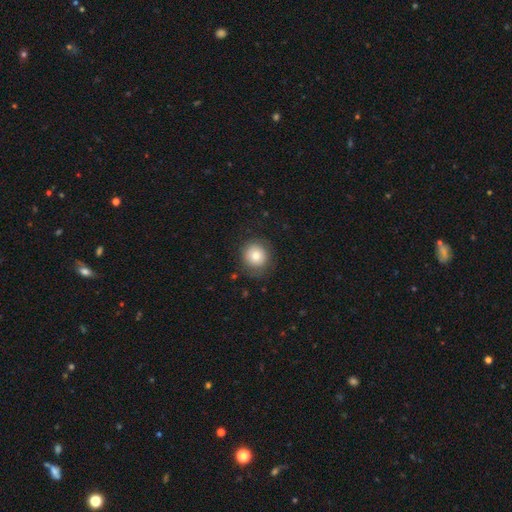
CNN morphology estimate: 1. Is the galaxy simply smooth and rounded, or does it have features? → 79% smooth, 12% featured or disk, 9% star or artifact.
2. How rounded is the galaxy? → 90% round, 9% in between, 1% cigar-shaped.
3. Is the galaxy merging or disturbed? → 81% none, 13% minor disturbance, 5% major disturbance, 1% merger.